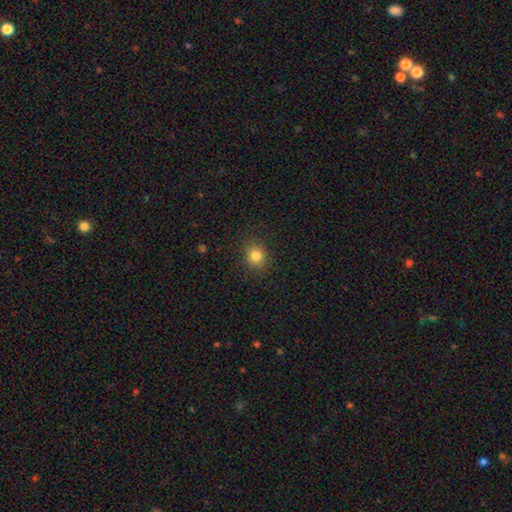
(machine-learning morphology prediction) type=smooth (81%); roundness=round (74%); merging=none (88%).